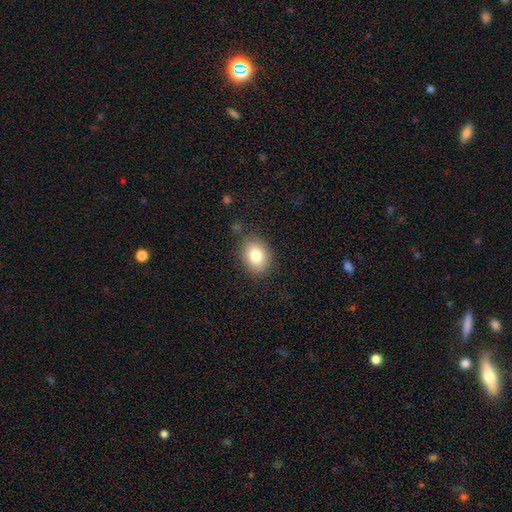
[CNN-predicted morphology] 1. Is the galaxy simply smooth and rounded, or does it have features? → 81% smooth, 10% featured or disk, 9% star or artifact.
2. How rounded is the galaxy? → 59% in between, 40% round, 1% cigar-shaped.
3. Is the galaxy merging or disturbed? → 83% none, 12% minor disturbance, 4% major disturbance, 2% merger.